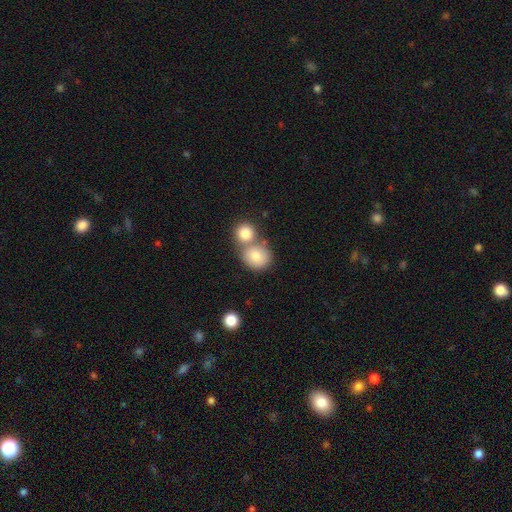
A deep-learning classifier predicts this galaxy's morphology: A smooth galaxy with no disk features (80%) that is round (78%). Merging: merger (46%).